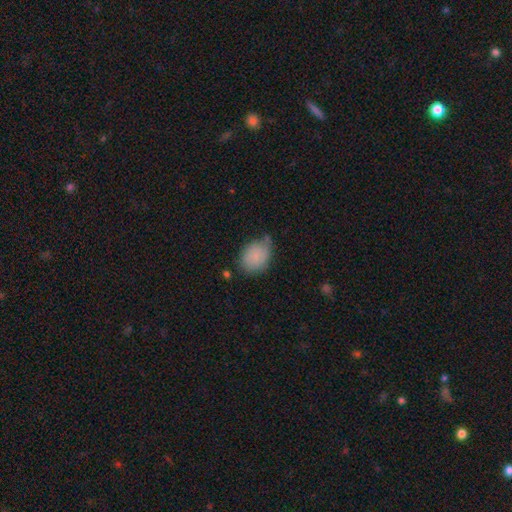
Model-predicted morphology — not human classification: A smooth galaxy with no disk features (86%) that is in between round and cigar-shaped (63%). Merging: none (63%).